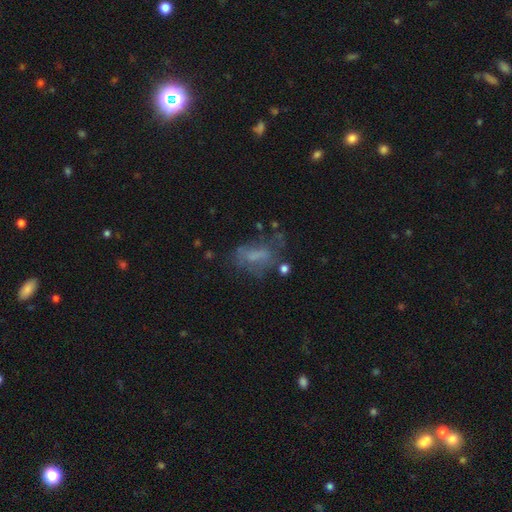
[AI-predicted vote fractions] Smooth or featured?
  - smooth: 46% *
  - featured or disk: 37%
  - star or artifact: 17%
Merging?
  - none: 41% *
  - major disturbance: 28%
  - minor disturbance: 23%
  - merger: 7%